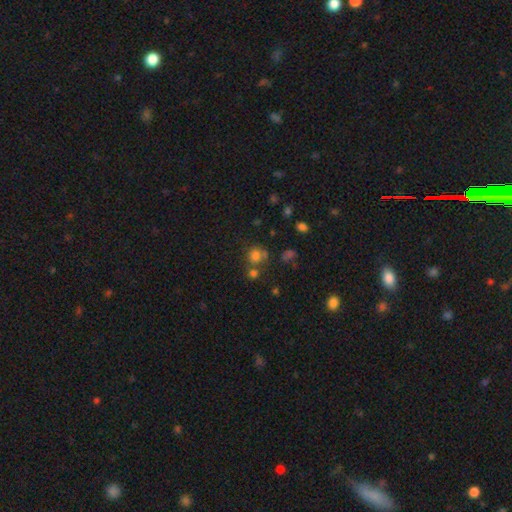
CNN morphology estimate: This is likely a smooth galaxy (73%). How rounded: clearly round (81%). Merging: possibly none (58%).